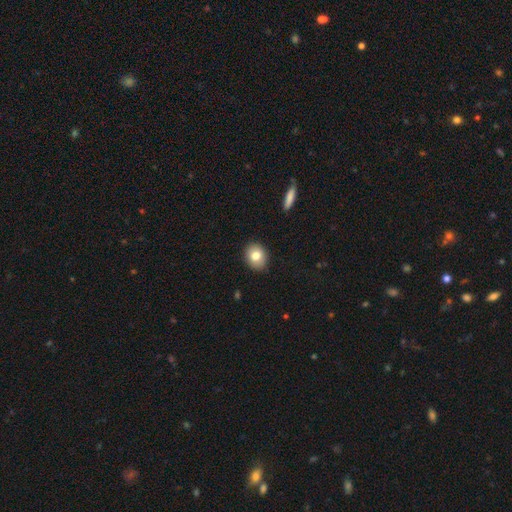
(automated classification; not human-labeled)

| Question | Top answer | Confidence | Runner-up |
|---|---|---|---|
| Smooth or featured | smooth | 80% | featured or disk (11%) |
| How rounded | round | 57% | in between (42%) |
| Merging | none | 89% | minor disturbance (8%) |